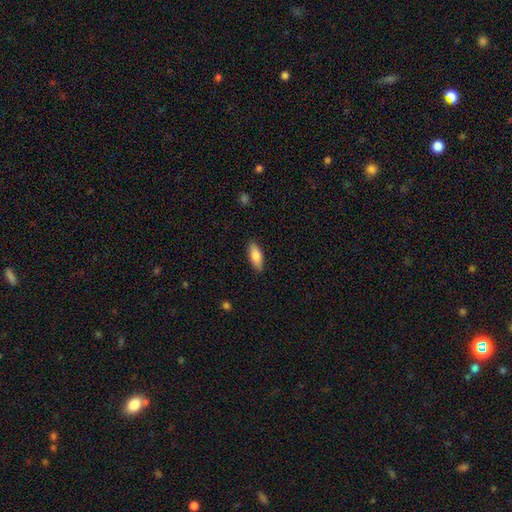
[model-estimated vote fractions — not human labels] A smooth galaxy with no disk features (81%) that is in between round and cigar-shaped (71%). Merging: none (88%).